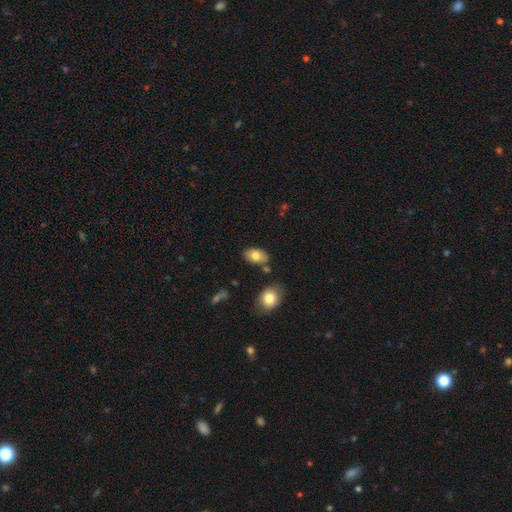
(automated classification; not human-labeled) A smooth galaxy with no disk features (79%) that is in between round and cigar-shaped (91%). Merging: none (76%).